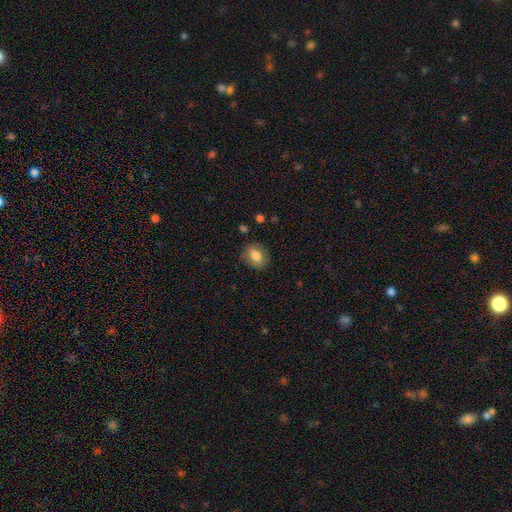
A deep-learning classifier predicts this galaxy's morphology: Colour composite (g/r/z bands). It shows a smooth galaxy with no disk features (79%) that is in between round and cigar-shaped (50%). Merging: none (80%).